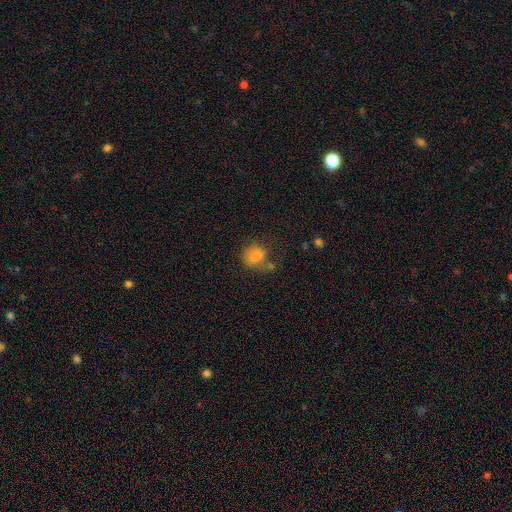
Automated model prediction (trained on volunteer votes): The model was most divided on "how rounded": round: 64%, in between: 35%, cigar-shaped: 1%. More confident: smooth or featured — smooth (73%); merging — none (51%).